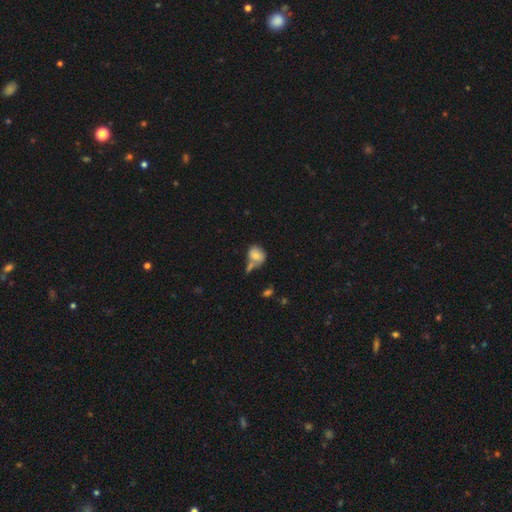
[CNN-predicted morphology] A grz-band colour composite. It shows a smooth galaxy with no disk features (72%) that is round (50%). Merging: none (37%).